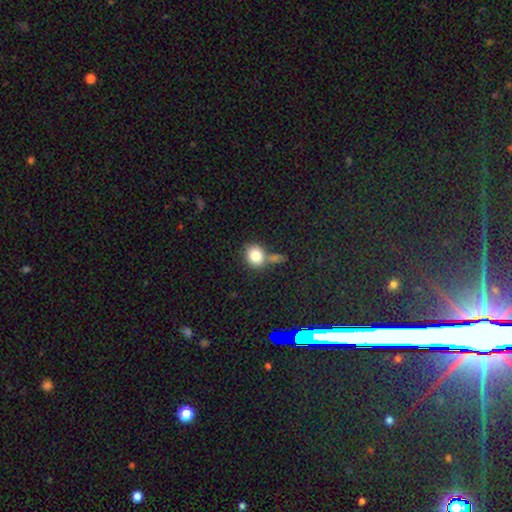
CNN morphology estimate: type=smooth (81%); roundness=round (71%); merging=none (52%).